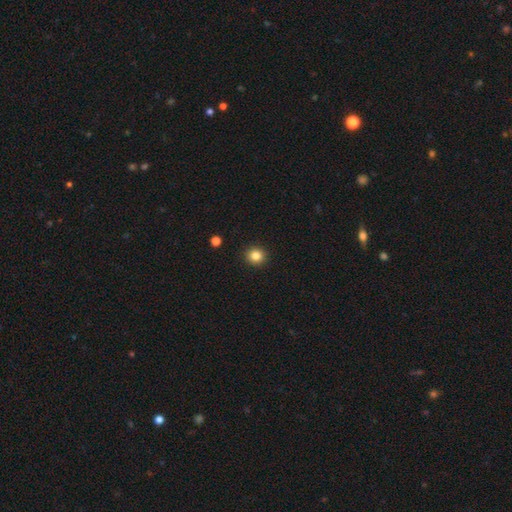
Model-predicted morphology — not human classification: This appears to be a smooth galaxy with no disk features (85%) that is round (91%). Merging: none (93%).